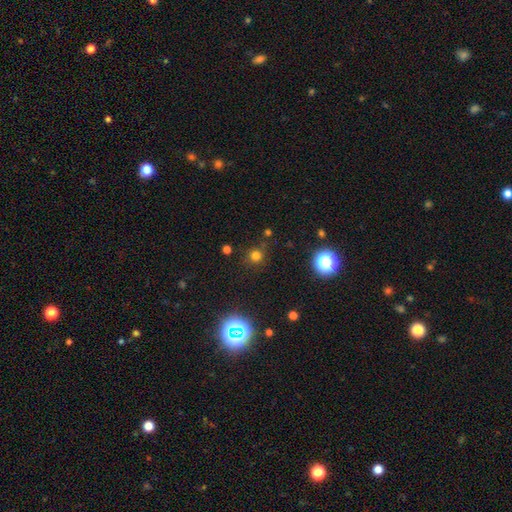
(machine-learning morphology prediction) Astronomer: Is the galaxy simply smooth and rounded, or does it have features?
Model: smooth — 70%.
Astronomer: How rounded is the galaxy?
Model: round — 93%.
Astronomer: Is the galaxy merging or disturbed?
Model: none — 81%.